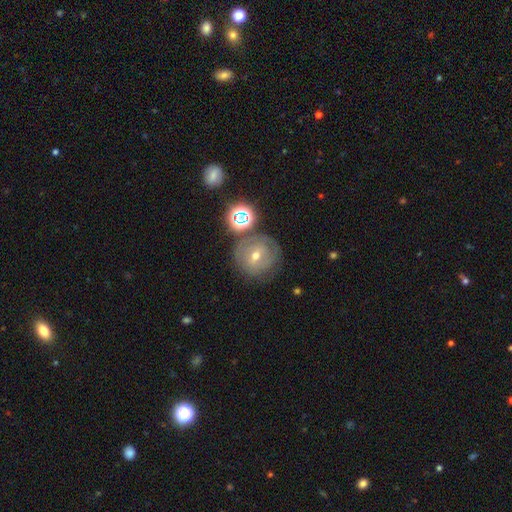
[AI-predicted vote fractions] featured or disk 47%, smooth 36%, star or artifact 17%. Down the decision tree: merging — none (69%).